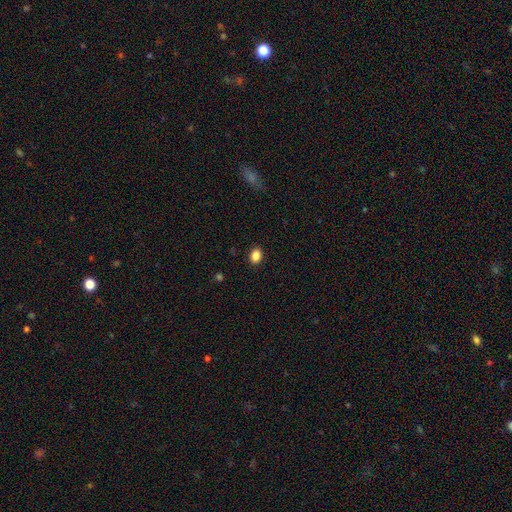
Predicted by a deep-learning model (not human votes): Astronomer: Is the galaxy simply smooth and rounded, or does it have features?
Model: smooth — 87%.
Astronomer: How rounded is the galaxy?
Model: in between — 67%.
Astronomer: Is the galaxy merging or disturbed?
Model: none — 90%.